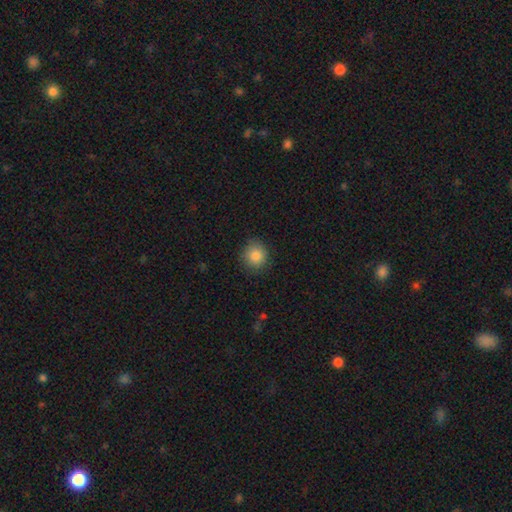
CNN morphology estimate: Smooth or featured: smooth — 85% (star or artifact — 9%)
How rounded: round — 86% (in between — 13%)
Merging: none — 85% (minor disturbance — 12%)